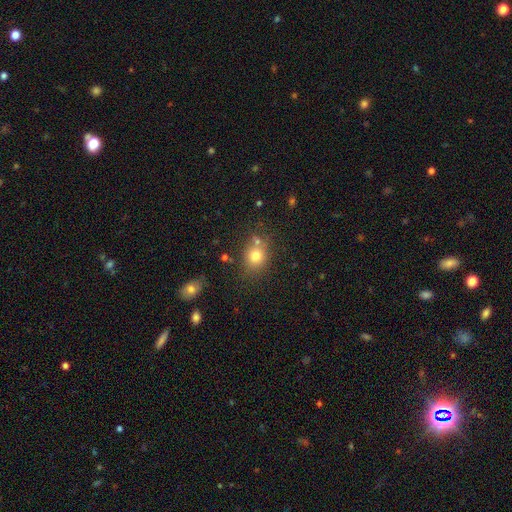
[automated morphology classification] Overall: smooth (77%). How rounded: round (65%; in between 34%). Merging: none (69%).